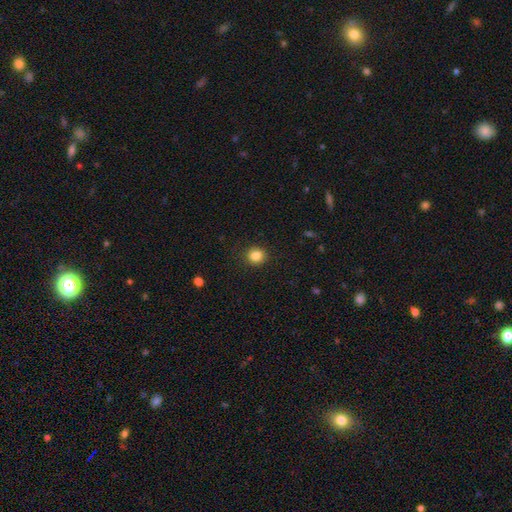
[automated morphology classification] A smooth galaxy with no disk features (85%) that is round (75%).

Vote fractions:
- Smooth or featured? smooth: 85% / star or artifact: 10% / featured or disk: 4%
- How rounded? round: 75% / in between: 24% / cigar-shaped: 1%
- Merging? none: 87% / minor disturbance: 9% / major disturbance: 3% / merger: 1%